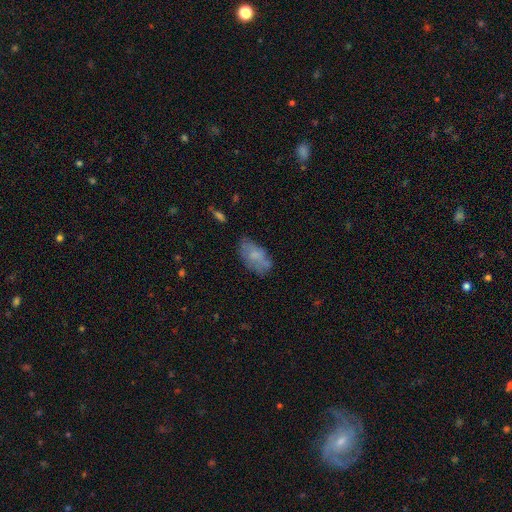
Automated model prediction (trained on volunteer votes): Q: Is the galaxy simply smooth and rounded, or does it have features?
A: smooth — 62%.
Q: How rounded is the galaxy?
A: in between — 92%.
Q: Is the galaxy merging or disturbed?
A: none — 55%.